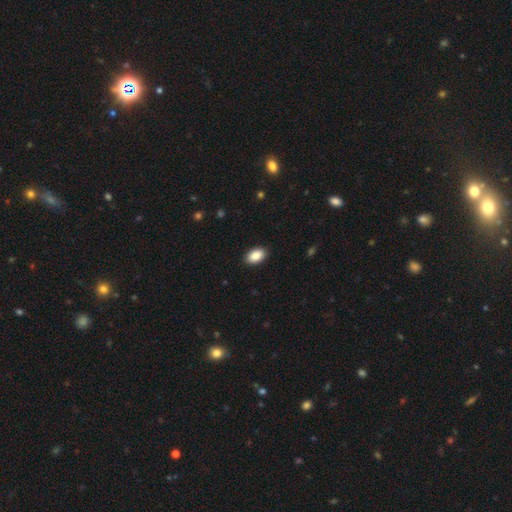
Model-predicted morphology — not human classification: smooth_or_featured: smooth (p=0.88) [alt: star or artifact p=0.07]
how_rounded: in between (p=0.92) [alt: round p=0.06]
merging: none (p=0.91) [alt: minor disturbance p=0.07]